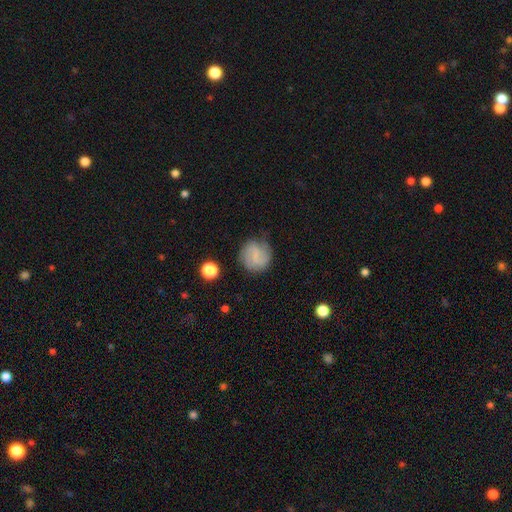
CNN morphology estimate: This is possibly a featured or disk galaxy (49%). Merging: likely none (70%).